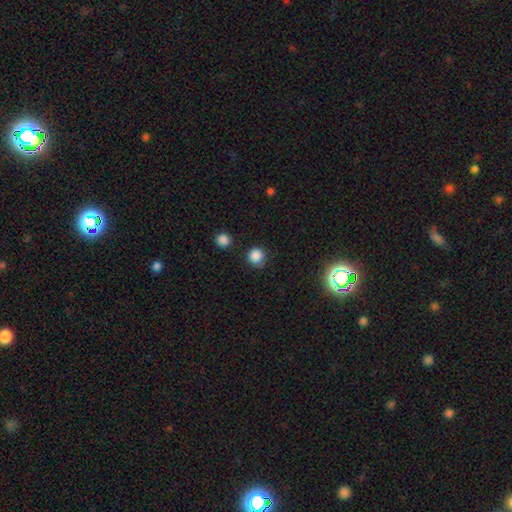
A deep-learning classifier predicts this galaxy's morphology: Smooth or featured?
  - smooth: 85% *
  - star or artifact: 12%
  - featured or disk: 3%
How rounded?
  - round: 93% *
  - in between: 6%
  - cigar-shaped: 1%
Merging?
  - none: 82% *
  - minor disturbance: 11%
  - major disturbance: 3%
  - merger: 3%